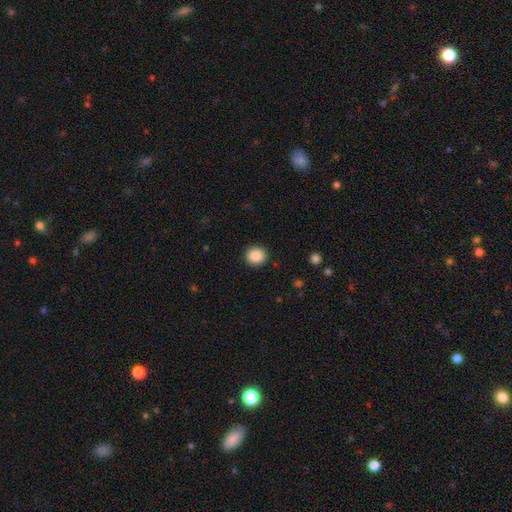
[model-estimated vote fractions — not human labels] Q: Smooth or featured?
A: smooth (87%); runner-up: star or artifact (9%)
Q: How rounded?
A: round (89%); runner-up: in between (10%)
Q: Merging?
A: none (92%); runner-up: minor disturbance (5%)